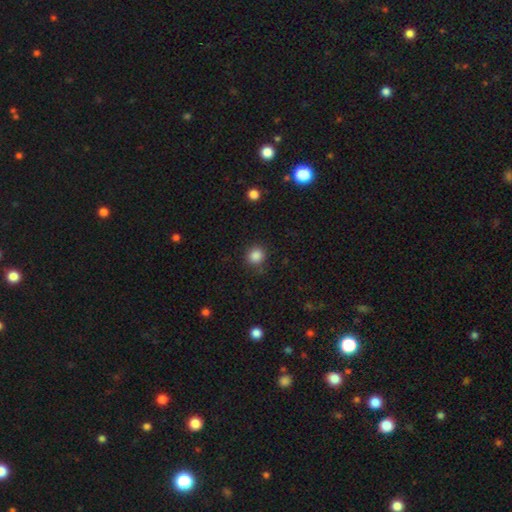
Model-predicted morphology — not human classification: The model was most divided on "merging": none: 82%, minor disturbance: 12%, major disturbance: 4%, merger: 2%. More confident: how rounded — round (88%); smooth or featured — smooth (86%).